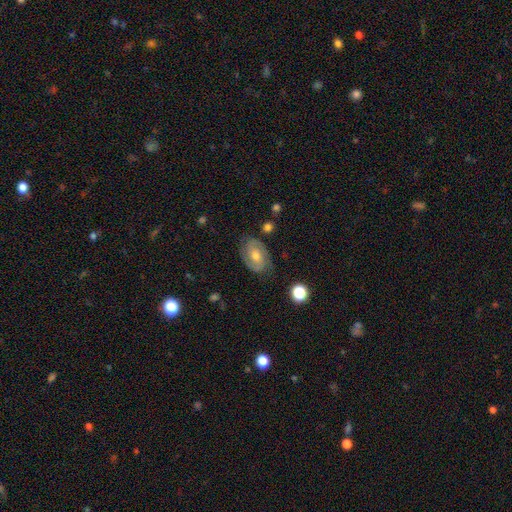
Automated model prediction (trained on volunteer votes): smooth-or-featured: featured or disk: 73% | smooth: 18% | star or artifact: 8%
  disk-edge-on: no: 96% | yes: 4%
    bar: no: 56% | weak: 34% | strong: 9%
    has-spiral-arms: yes: 90% | no: 10%
      spiral-winding: tight: 50% | medium: 39% | loose: 11%
      spiral-arm-count: 2: 82% | can't tell: 11% | 3: 3% | 1: 2% | 4: 1% | more than 4: 1%
    bulge-size: moderate: 67% | small: 25% | large: 5% | none: 2% | dominant: 1%
  merging: none: 80% | minor disturbance: 14% | major disturbance: 4% | merger: 2%